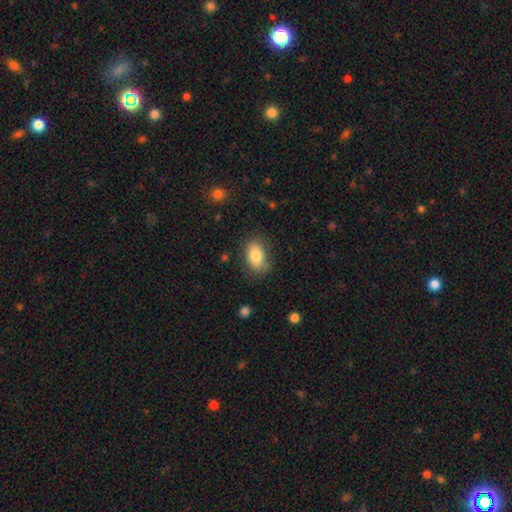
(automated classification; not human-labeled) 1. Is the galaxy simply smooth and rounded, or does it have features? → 82% smooth, 10% featured or disk, 7% star or artifact.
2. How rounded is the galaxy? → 87% in between, 11% round, 1% cigar-shaped.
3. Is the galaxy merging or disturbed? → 77% none, 17% minor disturbance, 5% major disturbance, 2% merger.